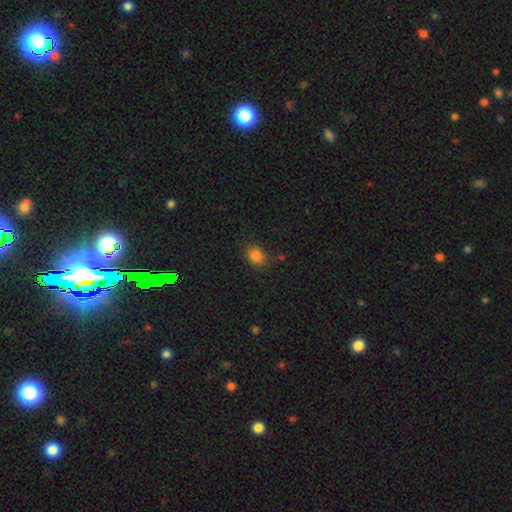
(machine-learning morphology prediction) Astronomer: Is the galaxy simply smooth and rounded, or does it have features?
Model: smooth — 84%.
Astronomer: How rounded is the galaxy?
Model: in between — 58% (runner-up: round, 41%).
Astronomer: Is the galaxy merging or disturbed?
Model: none — 78%.